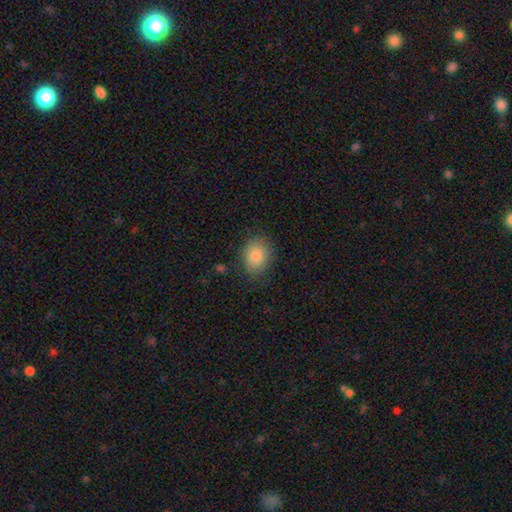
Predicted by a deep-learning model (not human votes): The model was most divided on "how rounded": in between: 51%, round: 48%, cigar-shaped: 1%. More confident: smooth or featured — smooth (84%); merging — none (83%).